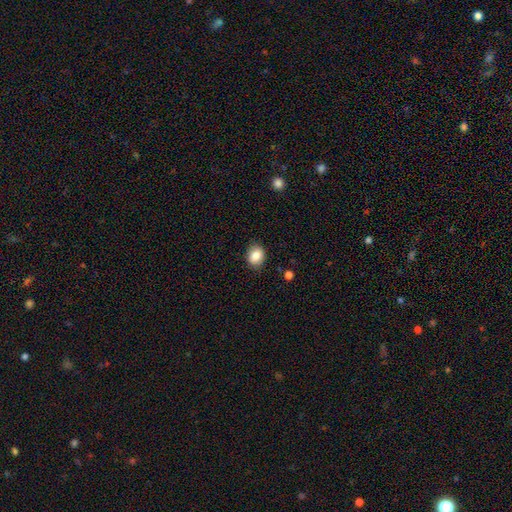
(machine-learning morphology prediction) The model was most divided on "how rounded": in between: 50%, round: 49%, cigar-shaped: 1%. More confident: smooth or featured — smooth (85%); merging — none (85%).